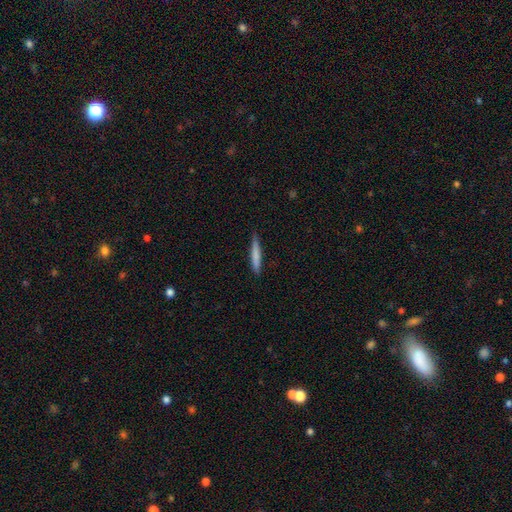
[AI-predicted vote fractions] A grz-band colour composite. It shows a smooth galaxy with no disk features (75%) that is cigar-shaped (94%). Merging: none (85%).